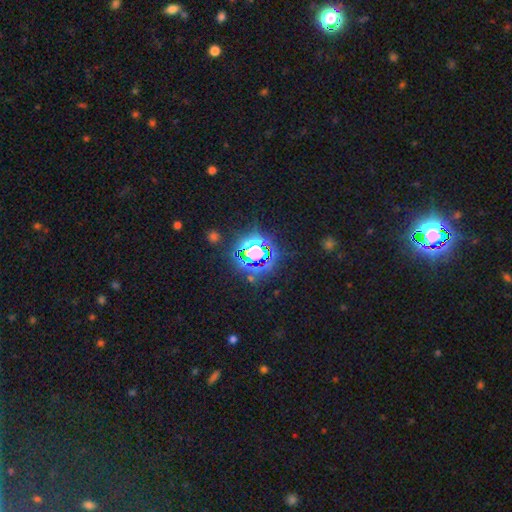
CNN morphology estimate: A star or artifact, not a galaxy (82%).

Vote fractions:
- Smooth or featured? star or artifact: 82% / smooth: 11% / featured or disk: 6%